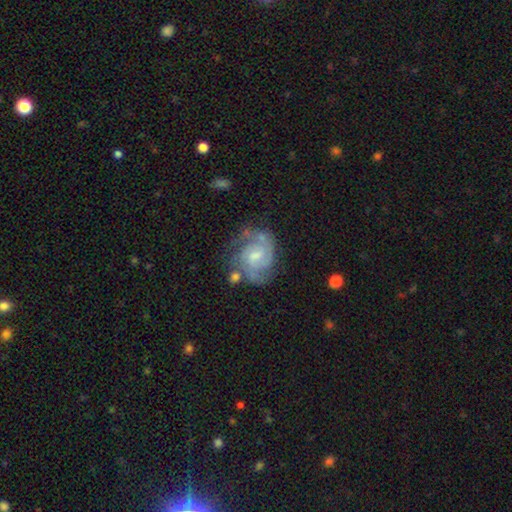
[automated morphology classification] Smooth or featured? Predicted: featured or disk (p=0.84). Edge-on disk? Predicted: no (p=0.98). Bar? Predicted: weak (p=0.52). Spiral arms? Predicted: yes (p=0.96). Spiral winding? Predicted: tight (p=0.50). Spiral arm count? Predicted: 2 (p=0.53). Bulge size? Predicted: small (p=0.45). Merging? Predicted: none (p=0.61).